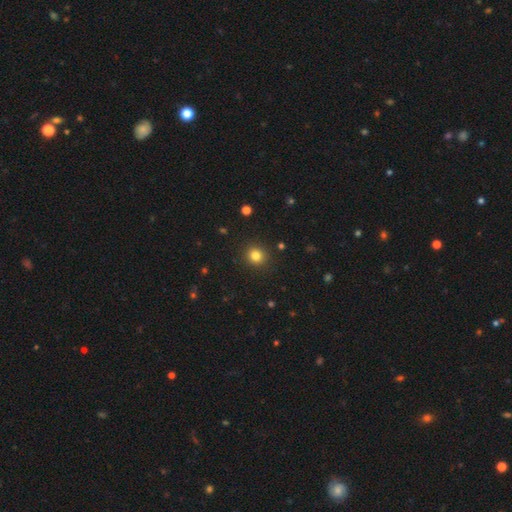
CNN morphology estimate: This appears to be a smooth galaxy with no disk features (81%) that is round (90%). Merging: none (91%).